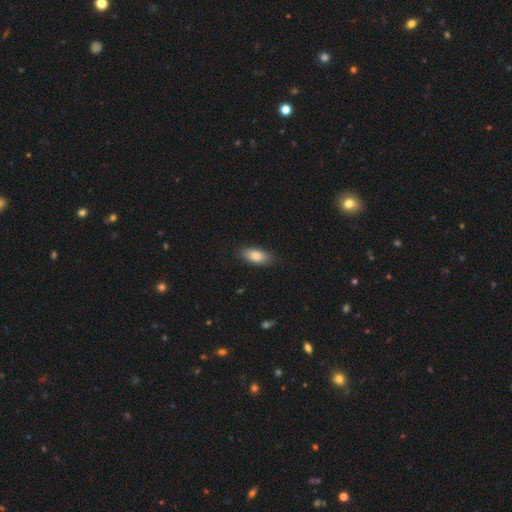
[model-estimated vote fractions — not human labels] Morphology: type=smooth (82%); roundness=in between (85%); merging=none (85%).